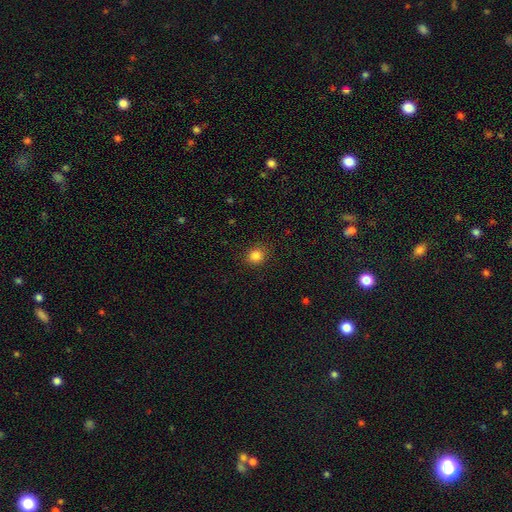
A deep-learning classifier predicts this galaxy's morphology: This is clearly a smooth galaxy (84%). How rounded: likely round (79%). Merging: clearly none (86%).